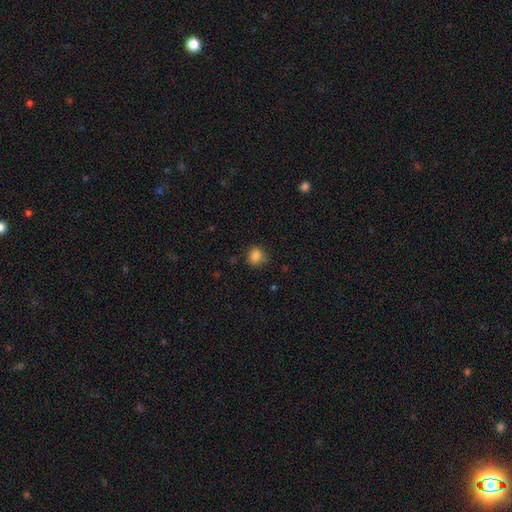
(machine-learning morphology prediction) Overall: smooth (84%). How rounded: round (83%). Merging: none (83%).